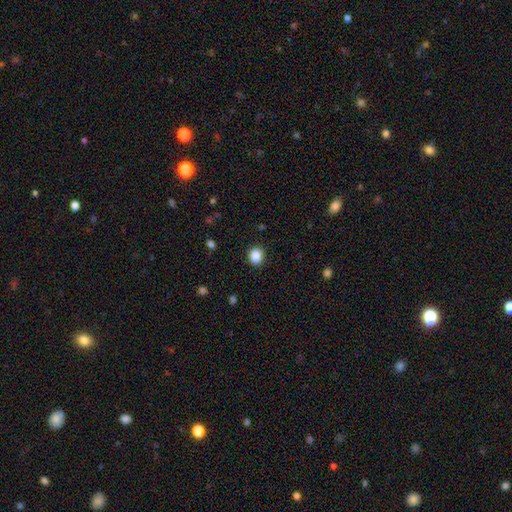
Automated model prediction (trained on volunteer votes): A smooth galaxy with no disk features (87%) that is round (66%). Merging: none (90%).